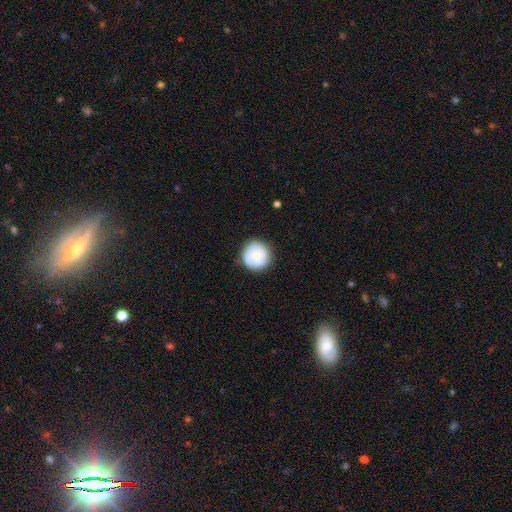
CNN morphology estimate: Overall: smooth (74%). How rounded: round (94%). Merging: none (81%).